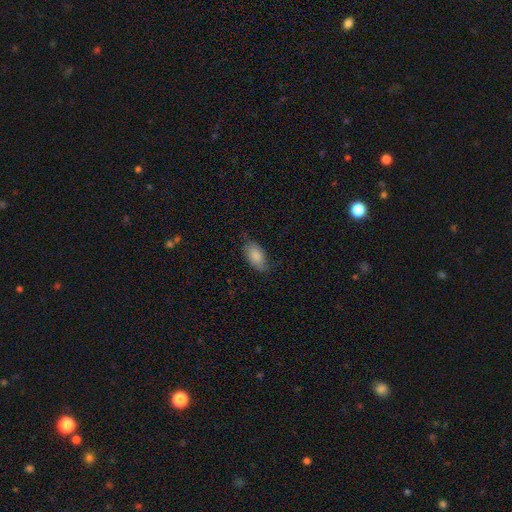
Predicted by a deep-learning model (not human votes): Smooth or featured? Predicted: smooth (p=0.83). How rounded? Predicted: in between (p=0.93). Merging? Predicted: none (p=0.67).